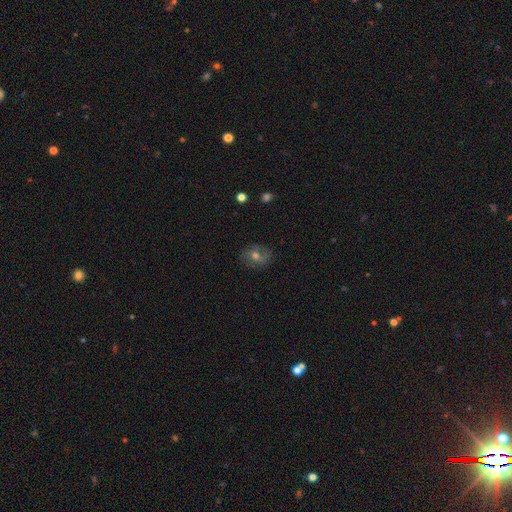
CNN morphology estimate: Smooth or featured? Predicted: featured or disk (p=0.44). Merging? Predicted: none (p=0.79).